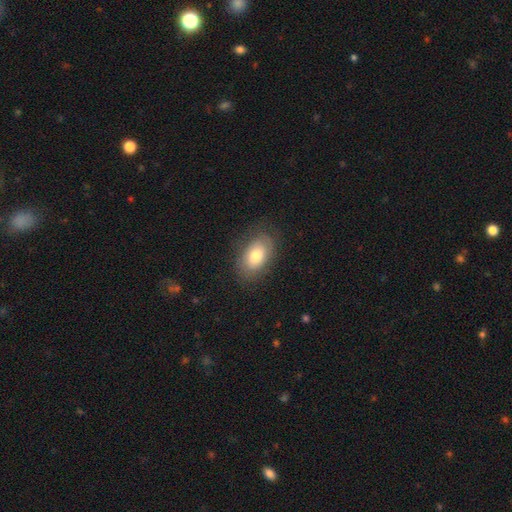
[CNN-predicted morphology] A smooth galaxy with no disk features (73%) that is in between round and cigar-shaped (90%).

Vote fractions:
- Smooth or featured? smooth: 73% / featured or disk: 20% / star or artifact: 7%
- How rounded? in between: 90% / round: 8% / cigar-shaped: 2%
- Merging? none: 79% / minor disturbance: 14% / major disturbance: 5% / merger: 1%